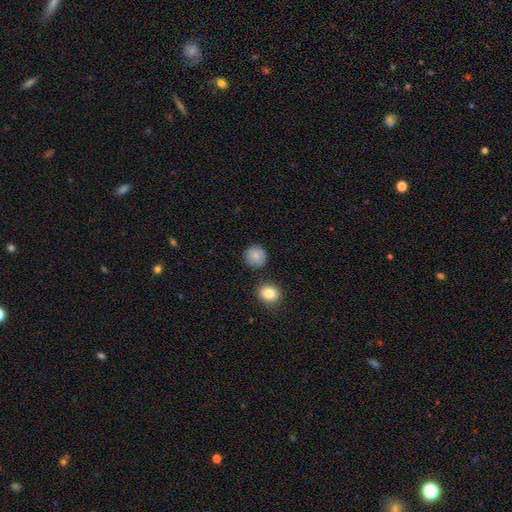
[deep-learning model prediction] Q: Smooth or featured?
A: smooth (85%); runner-up: star or artifact (9%)
Q: How rounded?
A: round (92%); runner-up: in between (7%)
Q: Merging?
A: none (85%); runner-up: minor disturbance (9%)